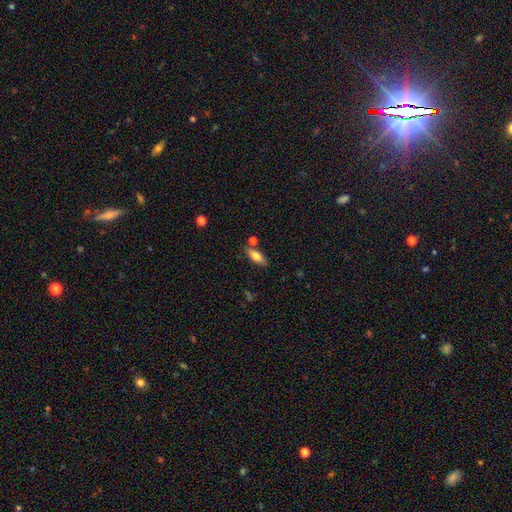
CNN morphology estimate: Smooth or featured?
  - smooth: 74% *
  - featured or disk: 19%
  - star or artifact: 7%
How rounded?
  - in between: 70% *
  - cigar-shaped: 27%
  - round: 3%
Merging?
  - none: 76% *
  - minor disturbance: 13%
  - merger: 8%
  - major disturbance: 3%